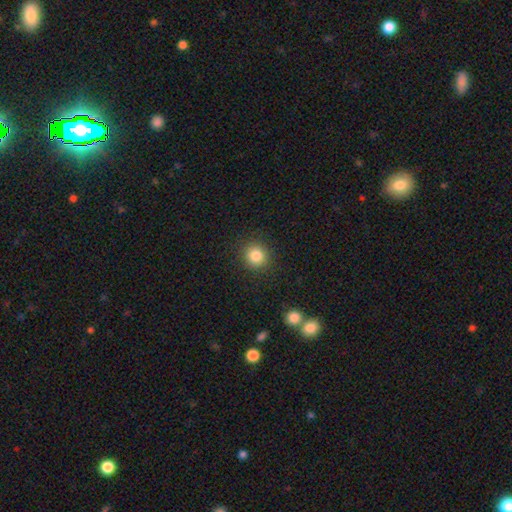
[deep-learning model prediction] Smooth or featured? Predicted: smooth (p=0.83). How rounded? Predicted: round (p=0.88). Merging? Predicted: none (p=0.90).